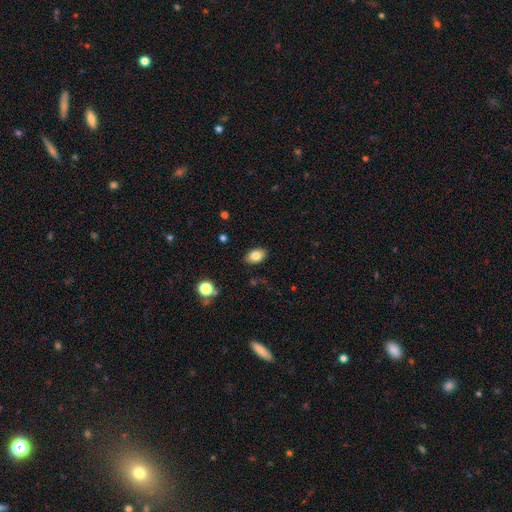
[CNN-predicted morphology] type=smooth (82%); roundness=in between (88%); merging=none (87%).